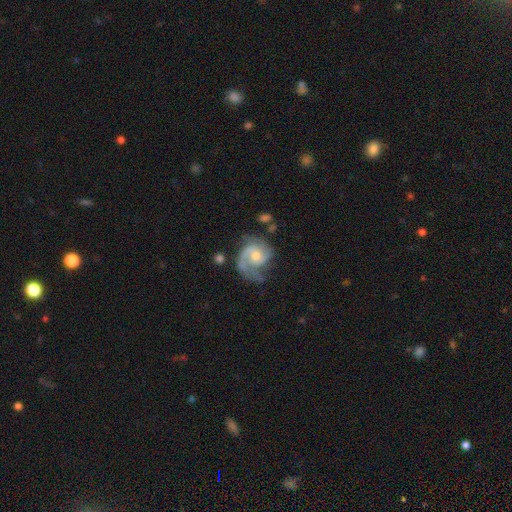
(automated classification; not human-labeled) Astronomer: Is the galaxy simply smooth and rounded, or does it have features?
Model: featured or disk — 85%.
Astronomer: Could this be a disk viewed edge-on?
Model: no — 98%.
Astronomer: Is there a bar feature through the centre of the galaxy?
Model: no — 63%.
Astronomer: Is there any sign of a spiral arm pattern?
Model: yes — 96%.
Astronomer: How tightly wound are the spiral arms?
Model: medium — 49% (runner-up: tight, 30%).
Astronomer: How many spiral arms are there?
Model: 2 — 63%.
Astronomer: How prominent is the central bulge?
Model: moderate — 52% (runner-up: small, 40%).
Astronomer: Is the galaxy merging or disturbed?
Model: none — 54%.